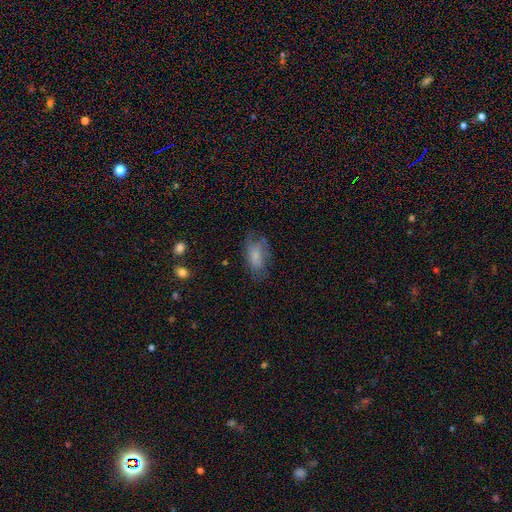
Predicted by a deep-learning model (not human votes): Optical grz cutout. It shows a smooth galaxy with no disk features (63%) that is in between round and cigar-shaped (90%). Merging: none (57%).